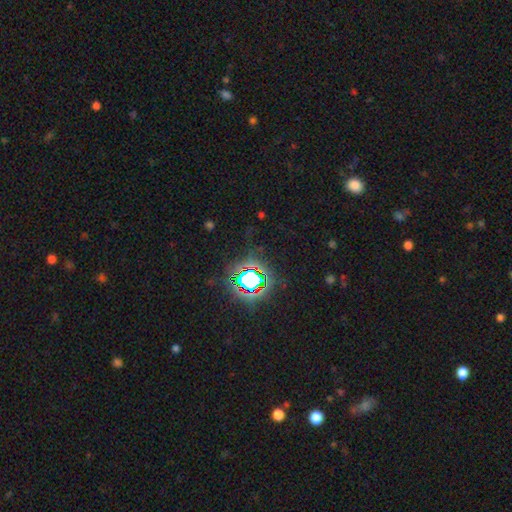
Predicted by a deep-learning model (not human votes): This appears to be a star or artifact, not a galaxy (80%).